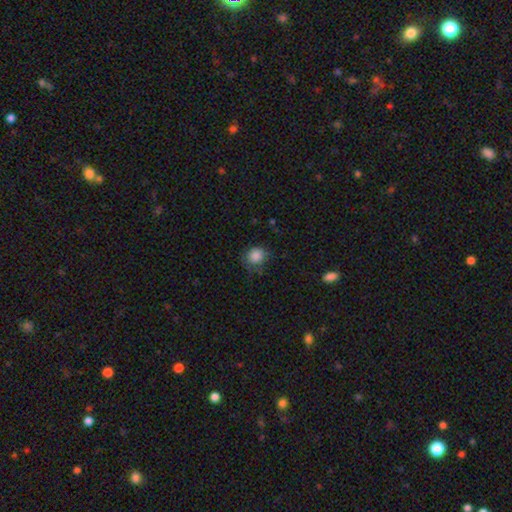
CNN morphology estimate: The model was most divided on "merging": none: 62%, minor disturbance: 27%, major disturbance: 9%, merger: 2%. More confident: smooth or featured — smooth (85%); how rounded — round (82%).